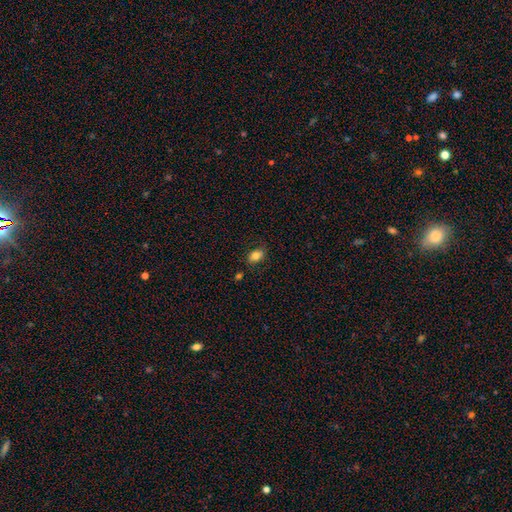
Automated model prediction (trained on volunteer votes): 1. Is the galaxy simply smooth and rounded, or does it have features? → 82% smooth, 9% star or artifact, 9% featured or disk.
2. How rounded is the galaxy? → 82% in between, 16% round, 2% cigar-shaped.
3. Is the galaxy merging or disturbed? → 78% none, 16% minor disturbance, 4% major disturbance, 2% merger.